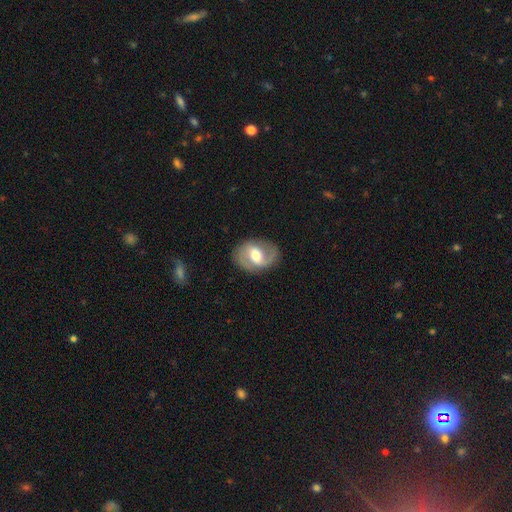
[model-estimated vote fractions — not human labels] Smooth or featured? featured or disk (73%)
Edge-on disk? no (96%)
Bar? weak (49%)
Spiral arms? yes (86%)
Spiral winding? medium (49%)
Spiral arm count? 2 (87%)
Bulge size? moderate (65%)
Merging? none (81%)